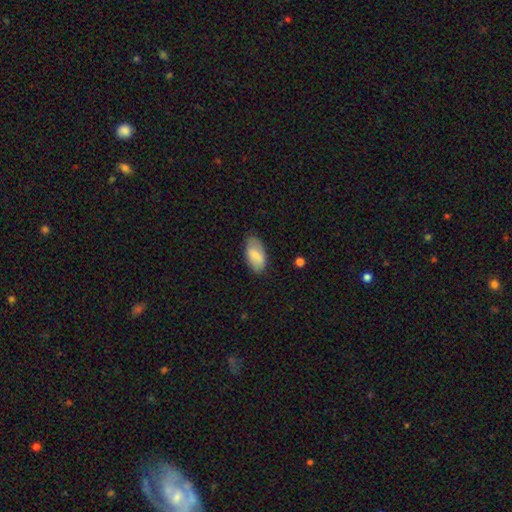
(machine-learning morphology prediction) Q: Smooth or featured?
A: smooth (75%); runner-up: featured or disk (19%)
Q: How rounded?
A: in between (94%); runner-up: cigar-shaped (3%)
Q: Merging?
A: none (77%); runner-up: minor disturbance (18%)